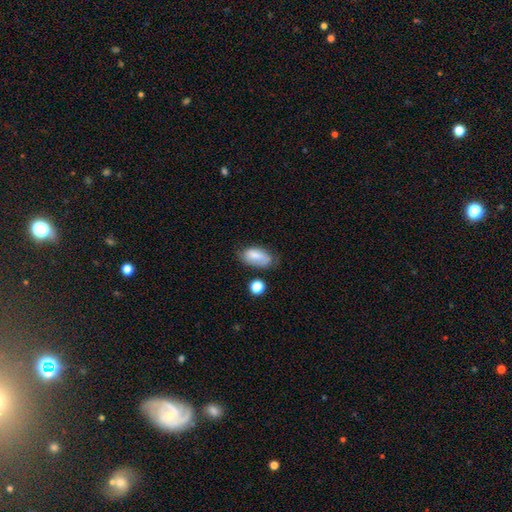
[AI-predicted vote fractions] A smooth galaxy with no disk features (77%) that is in between round and cigar-shaped (91%). Merging: none (56%).